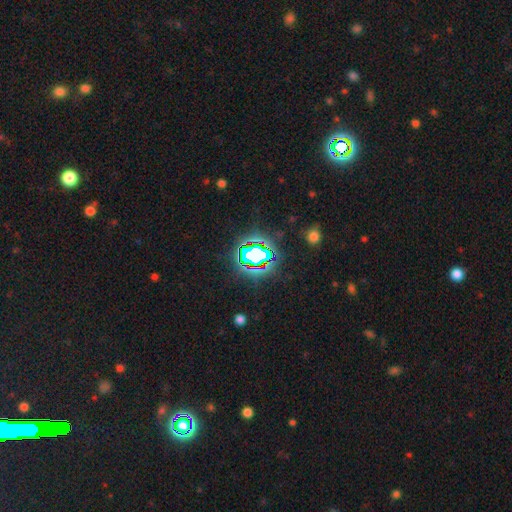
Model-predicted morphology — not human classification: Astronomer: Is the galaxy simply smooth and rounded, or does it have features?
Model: star or artifact — 64%.